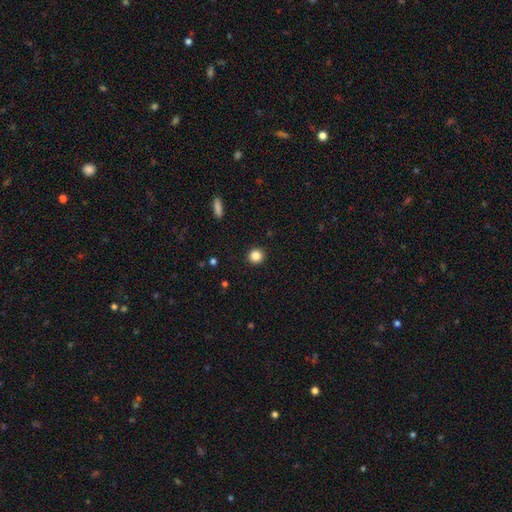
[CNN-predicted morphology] Smooth or featured?
  - smooth: 85% *
  - star or artifact: 11%
  - featured or disk: 4%
How rounded?
  - round: 93% *
  - in between: 6%
  - cigar-shaped: 1%
Merging?
  - none: 93% *
  - minor disturbance: 5%
  - major disturbance: 2%
  - merger: 1%